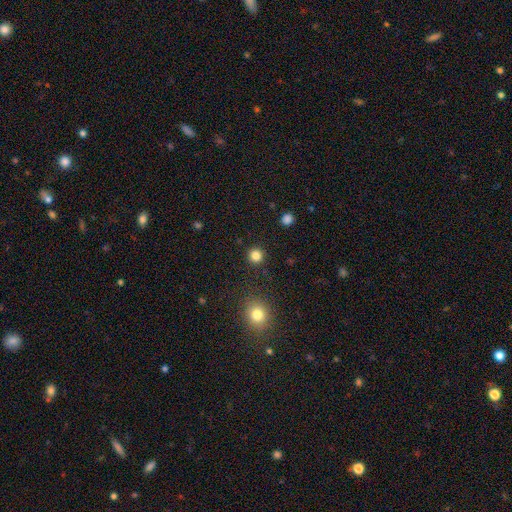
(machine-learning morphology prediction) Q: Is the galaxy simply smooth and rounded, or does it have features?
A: smooth — 83%.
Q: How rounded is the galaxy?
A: round — 94%.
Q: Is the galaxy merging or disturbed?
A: none — 91%.